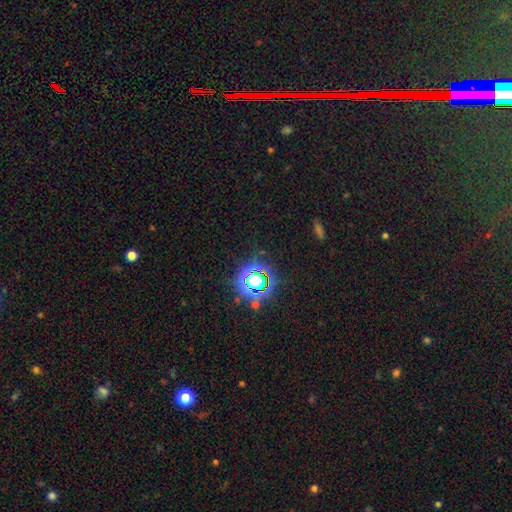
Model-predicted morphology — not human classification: This is clearly a star or artifact rather than a galaxy (81%).